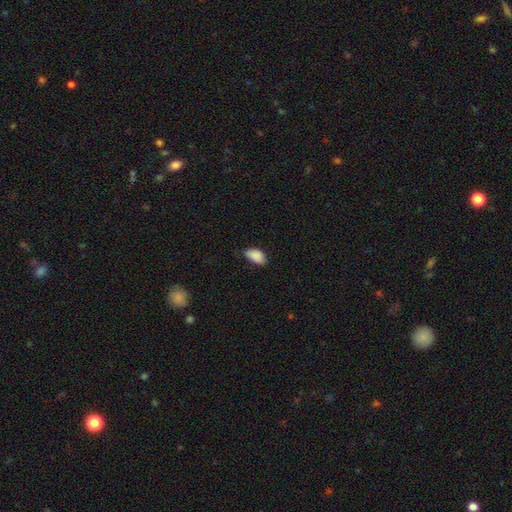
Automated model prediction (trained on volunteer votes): smooth-or-featured: smooth: 88% | star or artifact: 7% | featured or disk: 4%
  how-rounded: in between: 93% | round: 4% | cigar-shaped: 2%
  merging: none: 62% | minor disturbance: 31% | major disturbance: 5% | merger: 1%